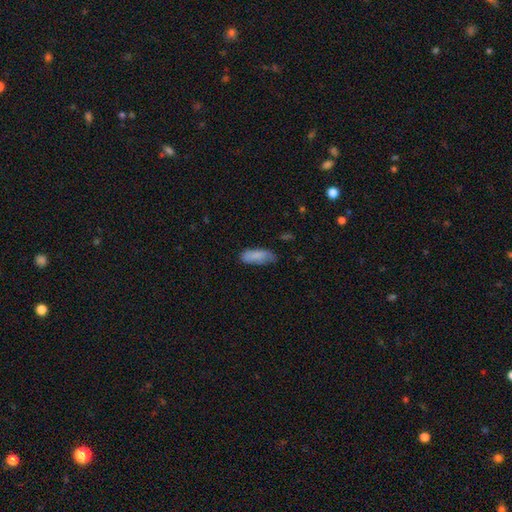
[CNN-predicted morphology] Smooth or featured? Predicted: smooth (p=0.83). How rounded? Predicted: in between (p=0.74). Merging? Predicted: none (p=0.65).